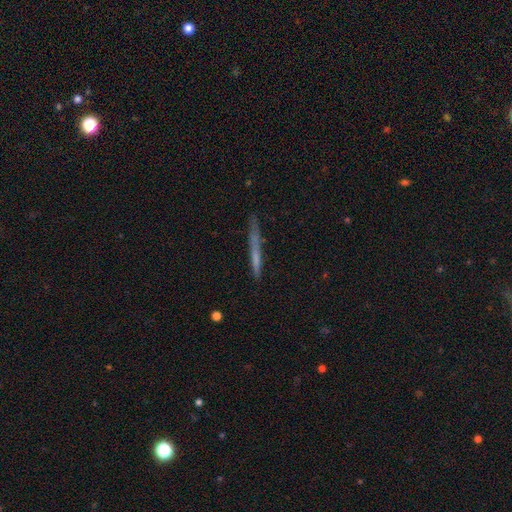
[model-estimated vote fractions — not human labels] A smooth galaxy with no disk features (55%) that is cigar-shaped (96%).

Vote fractions:
- Smooth or featured? smooth: 55% / featured or disk: 37% / star or artifact: 7%
- How rounded? cigar-shaped: 96% / in between: 2% / round: 1%
- Merging? none: 79% / minor disturbance: 15% / major disturbance: 4% / merger: 2%